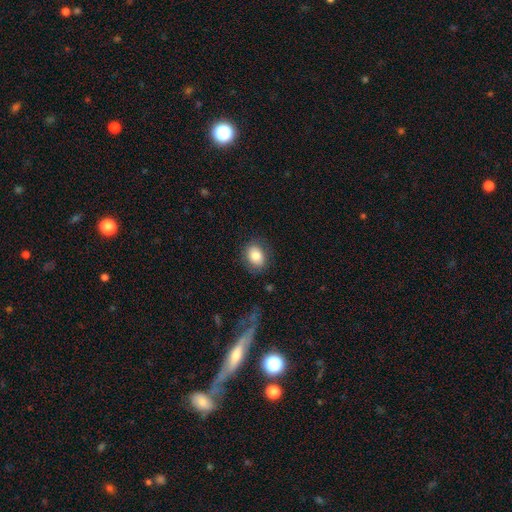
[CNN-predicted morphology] A smooth galaxy with no disk features (79%) that is in between round and cigar-shaped (58%).

Vote fractions:
- Smooth or featured? smooth: 79% / featured or disk: 13% / star or artifact: 9%
- How rounded? in between: 58% / round: 41% / cigar-shaped: 1%
- Merging? none: 79% / minor disturbance: 14% / major disturbance: 5% / merger: 1%